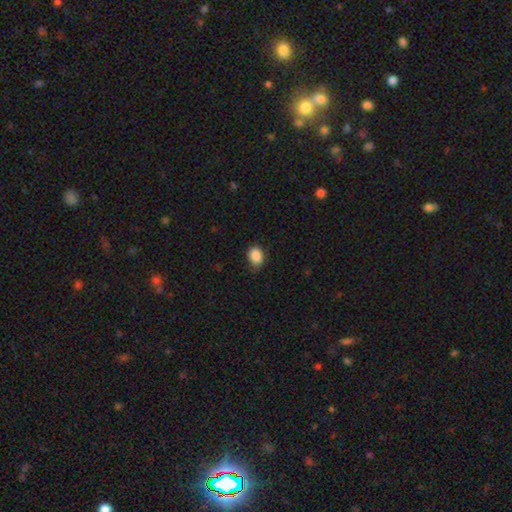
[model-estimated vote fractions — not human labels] Morphology: type=smooth (88%); roundness=in between (70%); merging=none (66%).